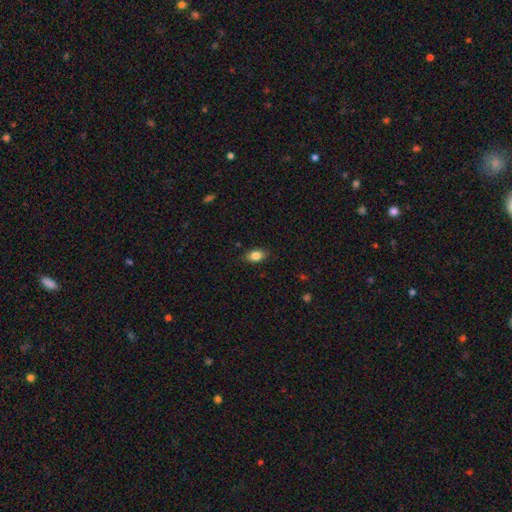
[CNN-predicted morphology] A smooth galaxy with no disk features (85%) that is in between round and cigar-shaped (86%). Merging: none (85%).